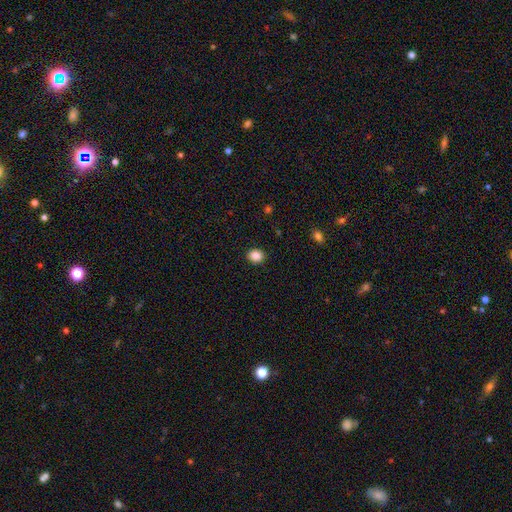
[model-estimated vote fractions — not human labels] Q: Smooth or featured?
A: smooth (88%); runner-up: star or artifact (10%)
Q: How rounded?
A: round (68%); runner-up: in between (31%)
Q: Merging?
A: none (91%); runner-up: minor disturbance (6%)